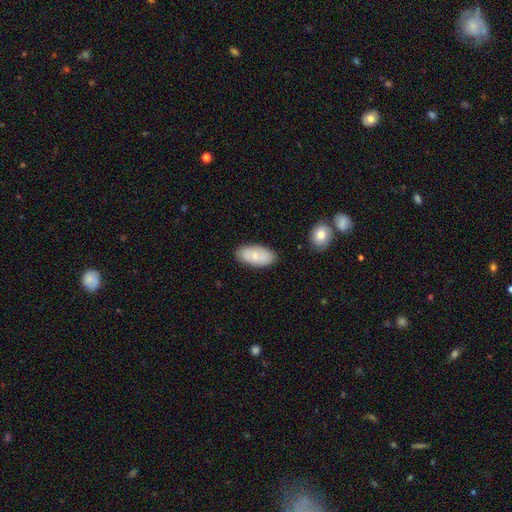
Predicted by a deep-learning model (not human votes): smooth-or-featured: smooth: 70% | featured or disk: 24% | star or artifact: 7%
  how-rounded: in between: 94% | cigar-shaped: 3% | round: 3%
  merging: none: 80% | minor disturbance: 14% | merger: 3% | major disturbance: 3%